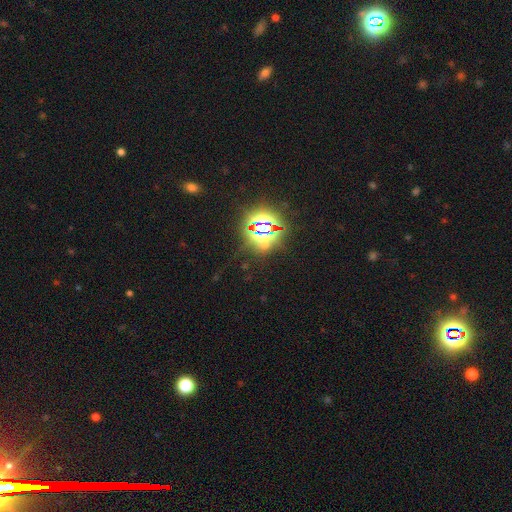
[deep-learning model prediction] Overall: star or artifact (80%).